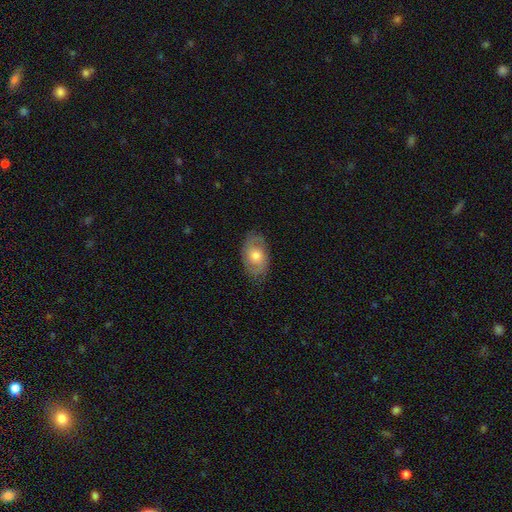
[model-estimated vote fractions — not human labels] A smooth galaxy with no disk features (53%) that is in between round and cigar-shaped (89%).

Vote fractions:
- Smooth or featured? smooth: 53% / featured or disk: 40% / star or artifact: 7%
- How rounded? in between: 89% / round: 10% / cigar-shaped: 2%
- Merging? none: 78% / minor disturbance: 16% / major disturbance: 4% / merger: 1%